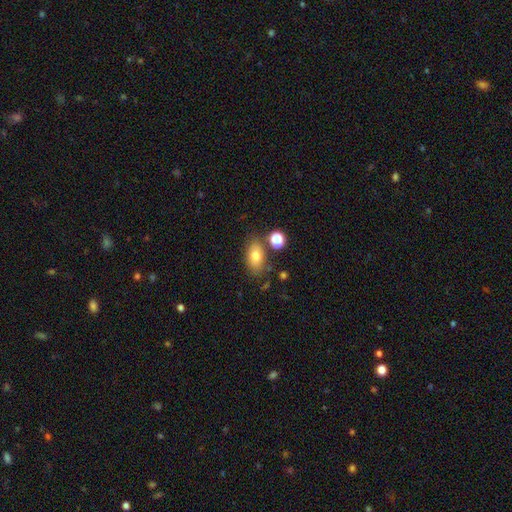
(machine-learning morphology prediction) smooth-or-featured: smooth: 76% | featured or disk: 14% | star or artifact: 10%
  how-rounded: in between: 85% | round: 12% | cigar-shaped: 3%
  merging: none: 73% | minor disturbance: 14% | merger: 9% | major disturbance: 4%